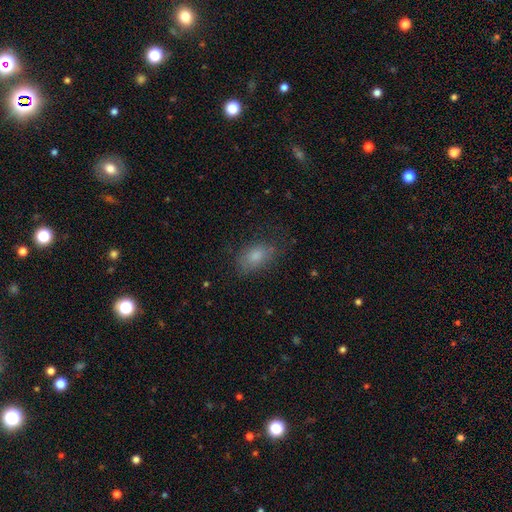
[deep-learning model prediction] smooth-or-featured: smooth: 74% | featured or disk: 13% | star or artifact: 13%
  how-rounded: in between: 85% | round: 12% | cigar-shaped: 3%
  merging: none: 69% | minor disturbance: 21% | major disturbance: 9% | merger: 1%